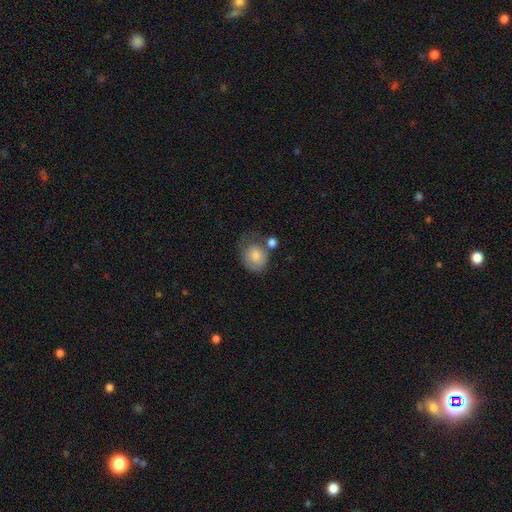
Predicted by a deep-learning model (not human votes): Overall: smooth (77%). How rounded: round (53%; in between 46%). Merging: none (37%; minor disturbance 26%).